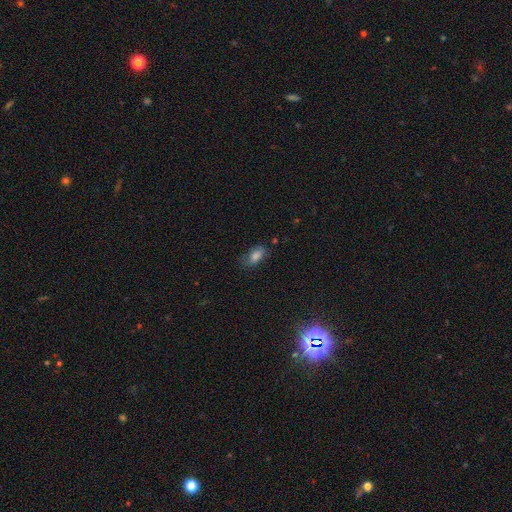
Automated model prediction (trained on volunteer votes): Smooth or featured? smooth (77%)
How rounded? in between (88%)
Merging? none (65%)